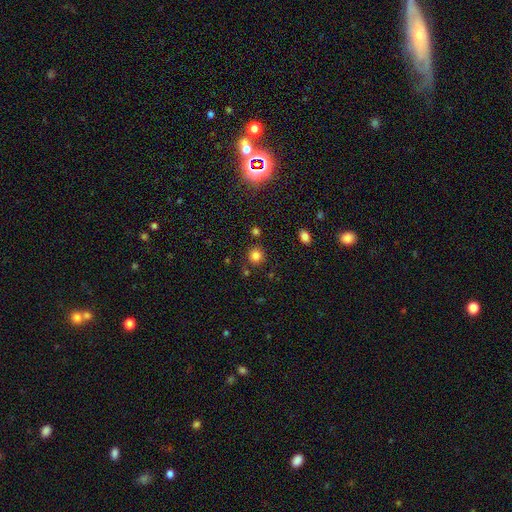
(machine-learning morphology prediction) The model was most divided on "smooth or featured": smooth: 82%, star or artifact: 13%, featured or disk: 5%. More confident: how rounded — round (90%); merging — none (84%).